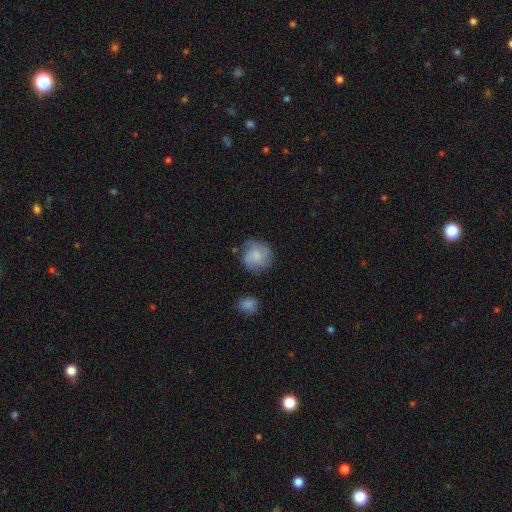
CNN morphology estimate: Smooth or featured? smooth (62%)
How rounded? round (88%)
Merging? none (69%)